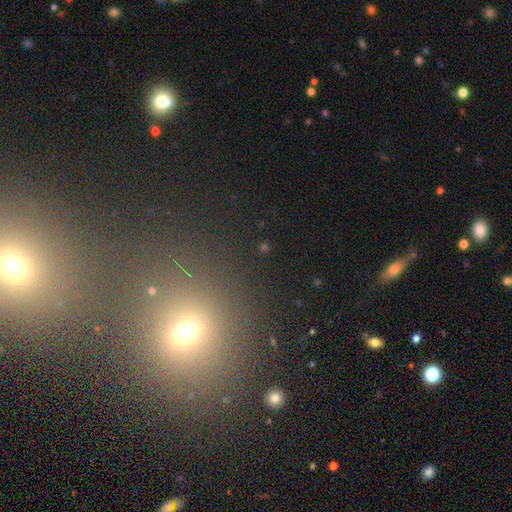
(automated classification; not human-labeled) A star or artifact, not a galaxy (52%).

Vote fractions:
- Smooth or featured? star or artifact: 52% / smooth: 38% / featured or disk: 10%